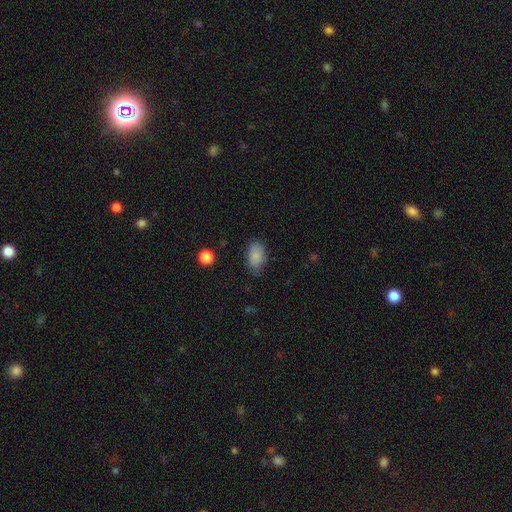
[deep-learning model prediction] Smooth or featured: smooth — 85% (star or artifact — 8%)
How rounded: in between — 89% (round — 9%)
Merging: none — 70% (minor disturbance — 23%)